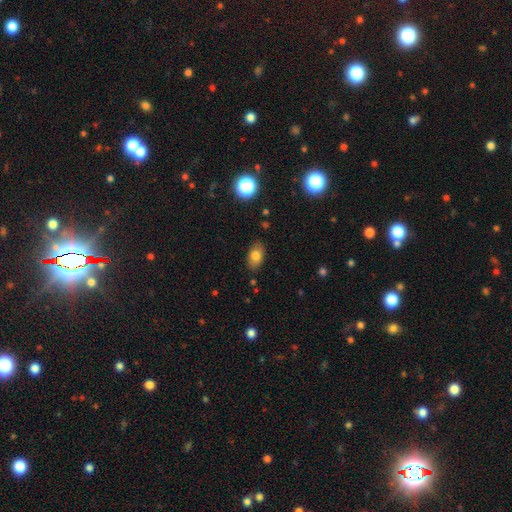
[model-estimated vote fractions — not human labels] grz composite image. It shows a smooth galaxy with no disk features (78%) that is in between round and cigar-shaped (87%). Merging: none (84%).